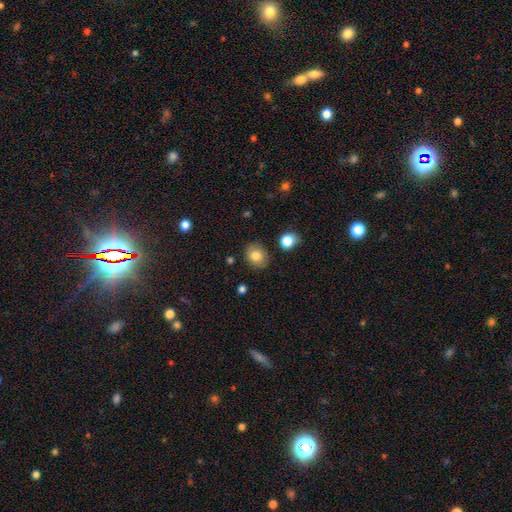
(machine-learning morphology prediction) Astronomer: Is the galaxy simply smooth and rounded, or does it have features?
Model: smooth — 81%.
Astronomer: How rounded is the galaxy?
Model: round — 64%.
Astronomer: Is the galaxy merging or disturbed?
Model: none — 85%.